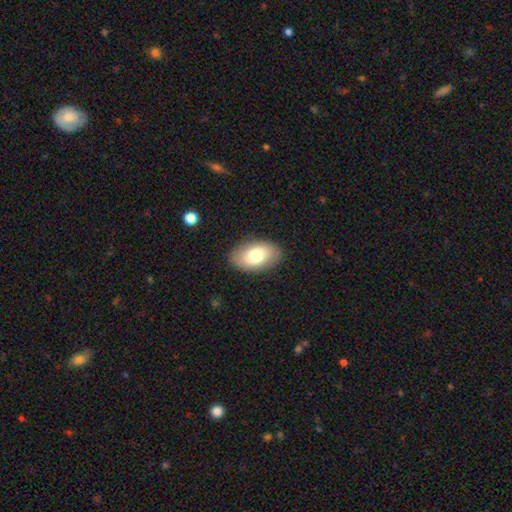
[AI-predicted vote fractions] The model was most divided on "smooth or featured": smooth: 74%, featured or disk: 19%, star or artifact: 7%. More confident: how rounded — in between (93%); merging — none (87%).